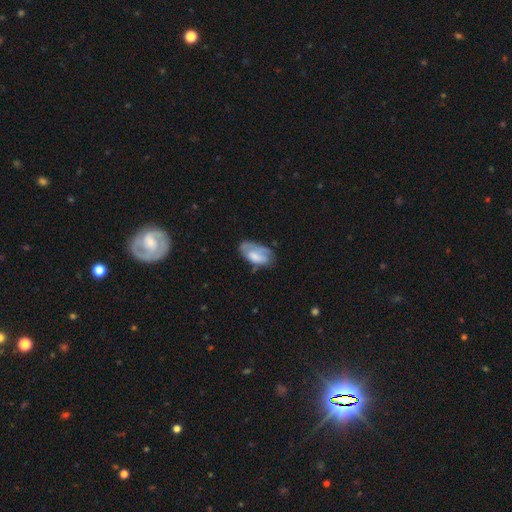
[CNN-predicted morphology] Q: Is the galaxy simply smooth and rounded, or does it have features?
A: smooth — 57%.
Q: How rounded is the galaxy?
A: in between — 92%.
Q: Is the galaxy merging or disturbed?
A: none — 43%.